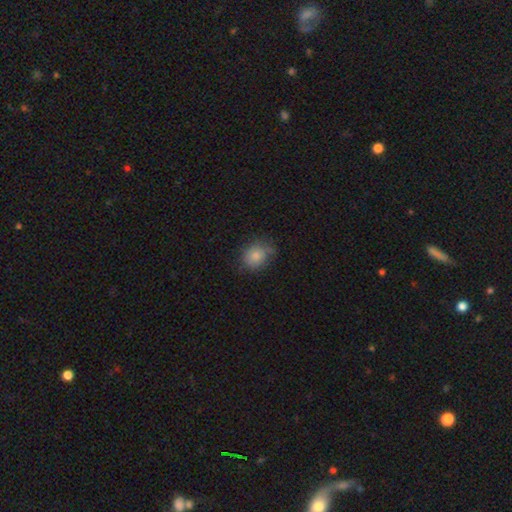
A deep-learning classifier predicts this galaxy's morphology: Smooth or featured? smooth (82%)
How rounded? round (59%)
Merging? none (64%)